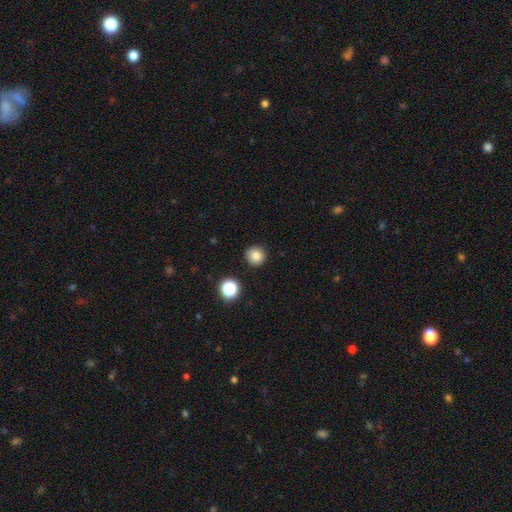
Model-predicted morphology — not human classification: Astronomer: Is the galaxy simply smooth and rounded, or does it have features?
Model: smooth — 83%.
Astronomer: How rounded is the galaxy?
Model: round — 92%.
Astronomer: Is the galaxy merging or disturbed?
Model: none — 90%.